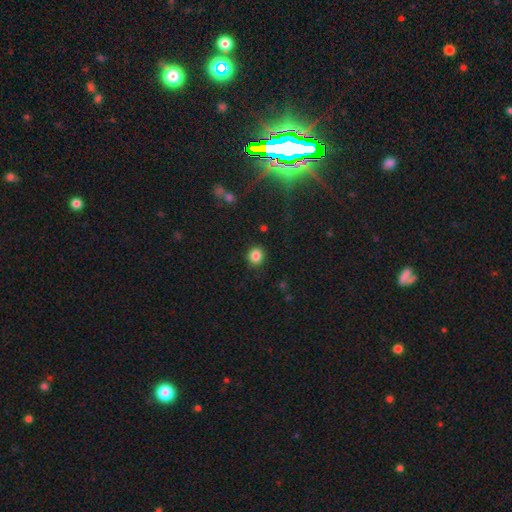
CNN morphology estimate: A smooth galaxy with no disk features (85%) that is round (78%). Merging: none (89%).